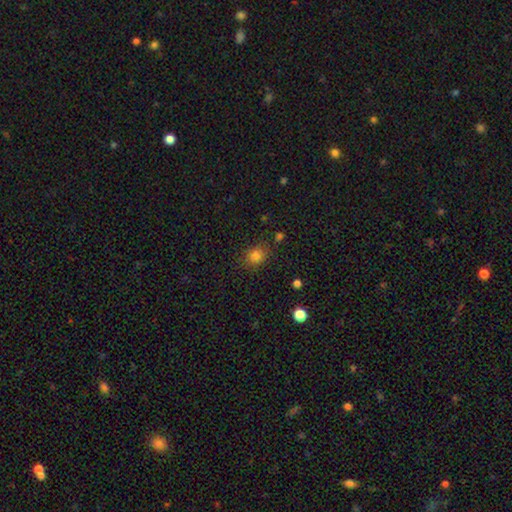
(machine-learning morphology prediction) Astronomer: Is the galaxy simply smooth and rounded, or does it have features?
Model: smooth — 79%.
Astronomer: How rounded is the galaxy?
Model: round — 64%.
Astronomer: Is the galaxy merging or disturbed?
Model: none — 78%.